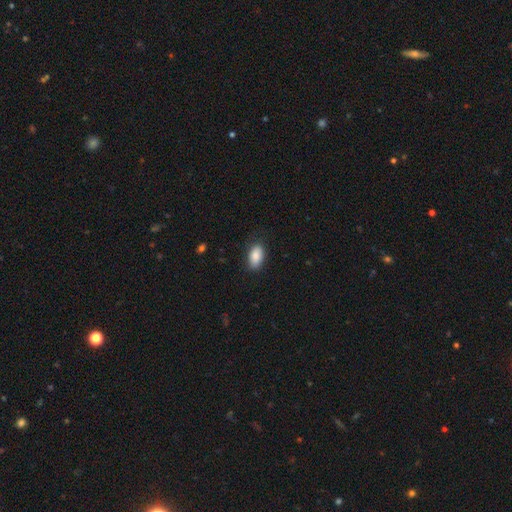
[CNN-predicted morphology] type=smooth (88%); roundness=in between (93%); merging=none (82%).